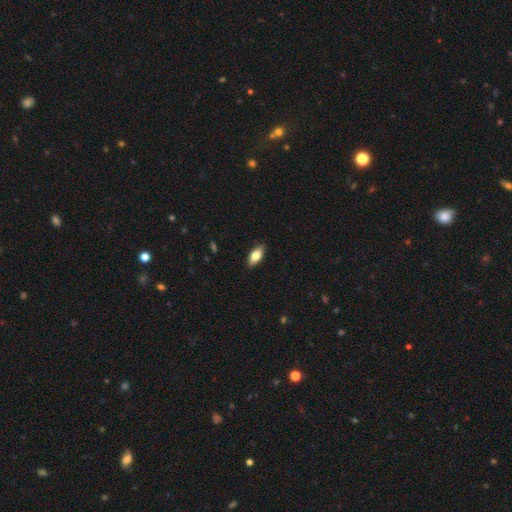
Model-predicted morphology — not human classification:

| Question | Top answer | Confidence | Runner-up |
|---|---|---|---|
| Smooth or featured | smooth | 72% | featured or disk (21%) |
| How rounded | in between | 81% | cigar-shaped (16%) |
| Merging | none | 87% | minor disturbance (10%) |